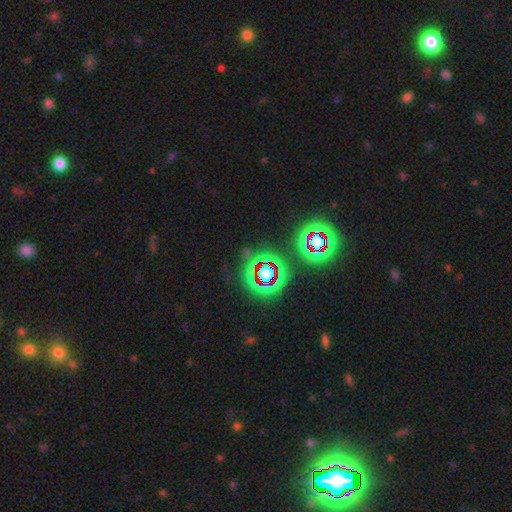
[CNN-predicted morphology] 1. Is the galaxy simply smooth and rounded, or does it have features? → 79% star or artifact, 11% smooth, 10% featured or disk.